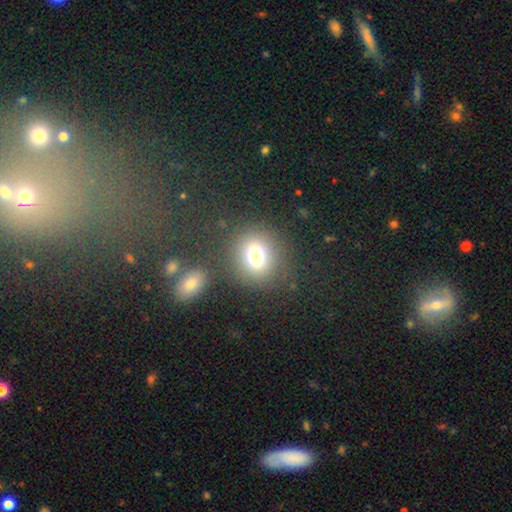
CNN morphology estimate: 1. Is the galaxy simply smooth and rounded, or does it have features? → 73% smooth, 17% star or artifact, 10% featured or disk.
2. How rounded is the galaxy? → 81% round, 18% in between, 1% cigar-shaped.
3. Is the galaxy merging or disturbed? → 76% none, 10% minor disturbance, 9% merger, 6% major disturbance.